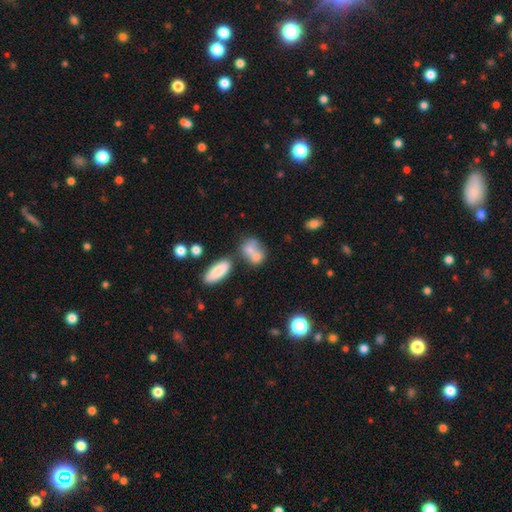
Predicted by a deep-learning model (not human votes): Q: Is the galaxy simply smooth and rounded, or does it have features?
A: smooth — 69%.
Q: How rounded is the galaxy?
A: in between — 63%.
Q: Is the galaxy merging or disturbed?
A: merger — 56%.